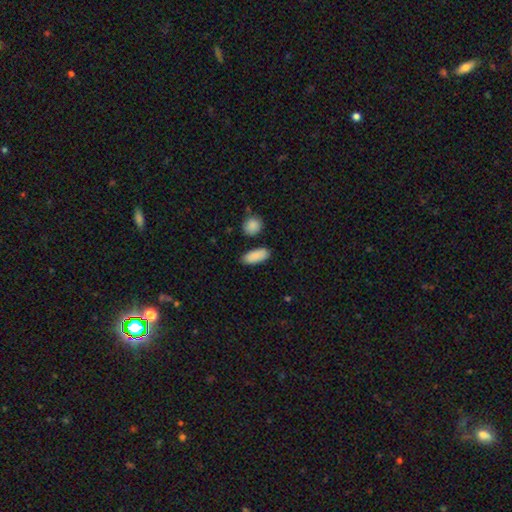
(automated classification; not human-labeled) Smooth or featured? smooth (89%)
How rounded? in between (83%)
Merging? none (83%)